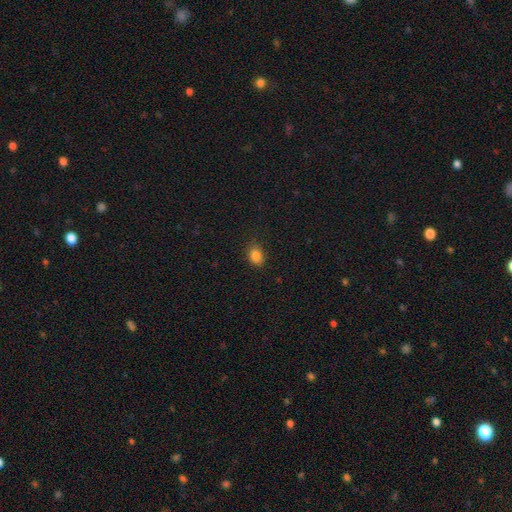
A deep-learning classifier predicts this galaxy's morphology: smooth_or_featured: smooth (p=0.85) [alt: star or artifact p=0.11]
how_rounded: in between (p=0.69) [alt: round p=0.30]
merging: none (p=0.85) [alt: minor disturbance p=0.12]